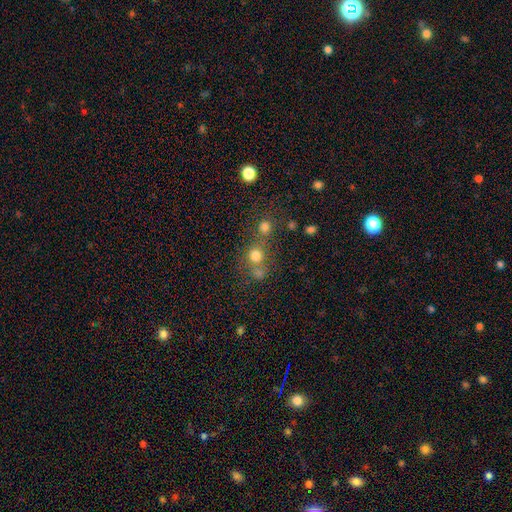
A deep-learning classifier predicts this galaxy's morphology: Q: Smooth or featured?
A: smooth (73%); runner-up: star or artifact (17%)
Q: How rounded?
A: round (87%); runner-up: in between (12%)
Q: Merging?
A: none (53%); runner-up: merger (34%)